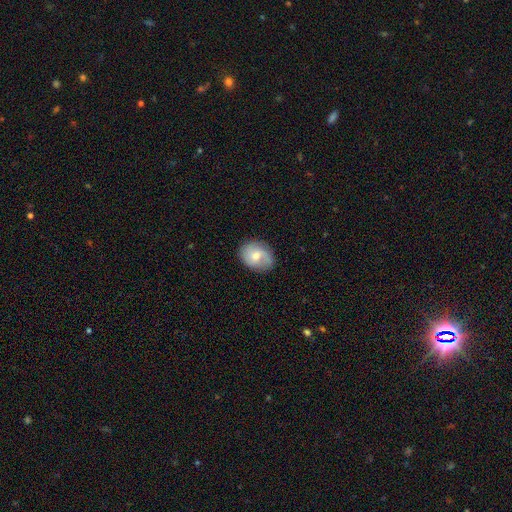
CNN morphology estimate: smooth 49%, featured or disk 43%, star or artifact 8%. Down the decision tree: merging — none (80%).